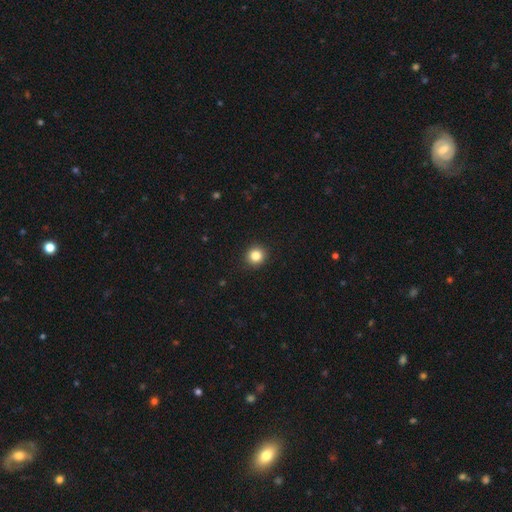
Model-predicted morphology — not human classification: A smooth galaxy with no disk features (84%) that is round (93%). Merging: none (92%).